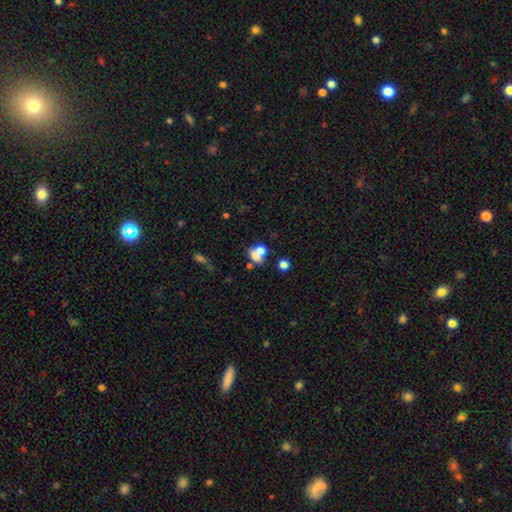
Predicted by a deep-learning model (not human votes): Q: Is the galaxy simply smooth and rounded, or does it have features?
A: smooth — 66%.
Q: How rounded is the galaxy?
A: round — 53%.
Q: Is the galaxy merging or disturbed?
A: merger — 57%.